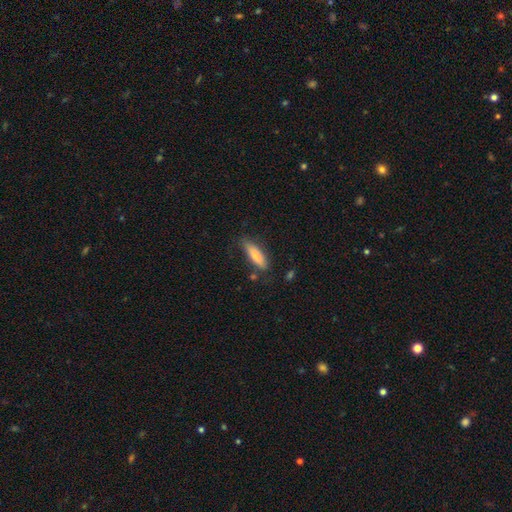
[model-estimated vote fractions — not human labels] This is likely a smooth galaxy (74%). How rounded: possibly cigar-shaped (55%). Merging: likely none (73%).